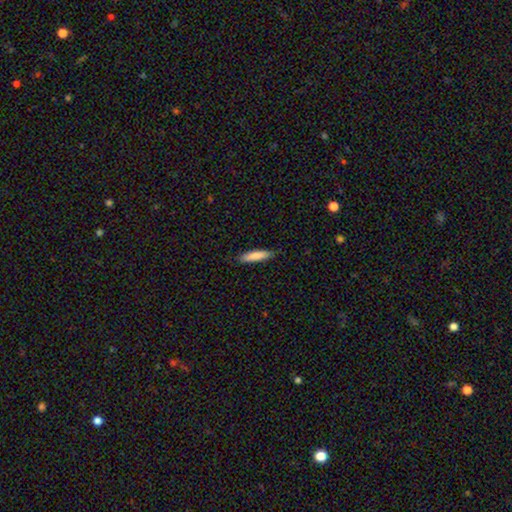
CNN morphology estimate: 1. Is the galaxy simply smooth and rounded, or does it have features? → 83% smooth, 11% featured or disk, 6% star or artifact.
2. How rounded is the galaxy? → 78% cigar-shaped, 21% in between, 1% round.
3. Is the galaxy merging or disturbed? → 85% none, 12% minor disturbance, 2% major disturbance, 1% merger.